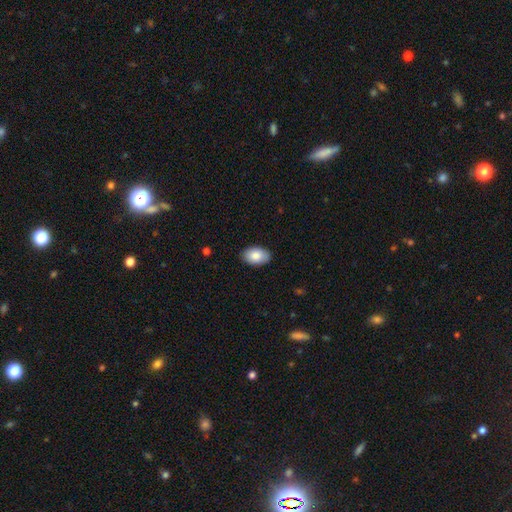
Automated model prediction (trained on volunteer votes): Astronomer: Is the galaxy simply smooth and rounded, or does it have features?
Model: smooth — 86%.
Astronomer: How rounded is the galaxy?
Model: in between — 91%.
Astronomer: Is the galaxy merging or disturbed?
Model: none — 88%.